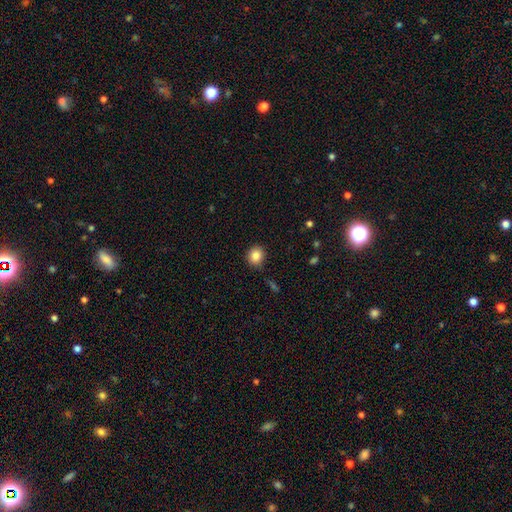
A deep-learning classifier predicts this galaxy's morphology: Overall: smooth (85%). How rounded: round (84%). Merging: none (87%).